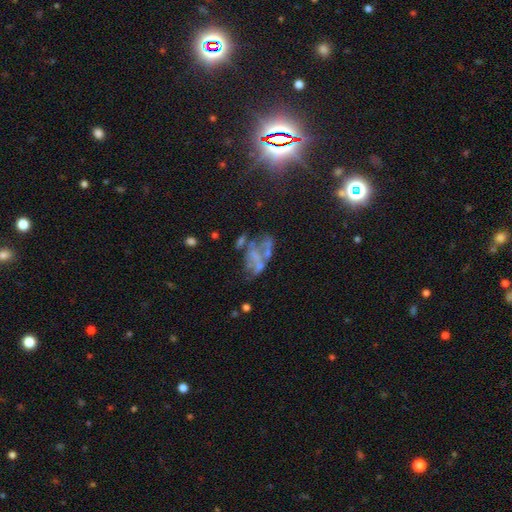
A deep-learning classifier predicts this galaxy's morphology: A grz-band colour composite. It shows a featured or disk galaxy (57%) with no bar (82%), no spiral arms (84%) and no central bulge (76%). Merging: major disturbance (32%).